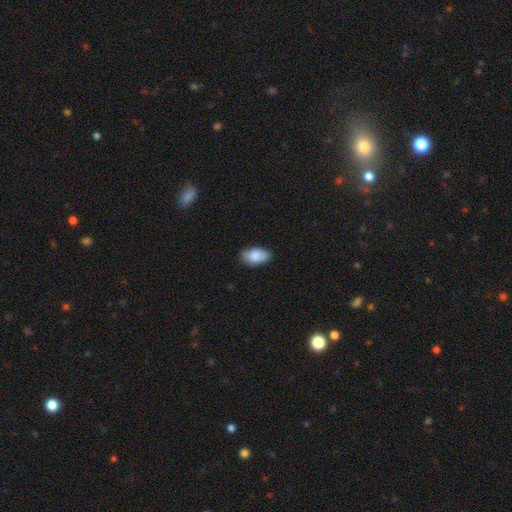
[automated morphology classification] Smooth or featured: smooth — 85% (featured or disk — 9%)
How rounded: in between — 94% (round — 4%)
Merging: none — 78% (minor disturbance — 18%)